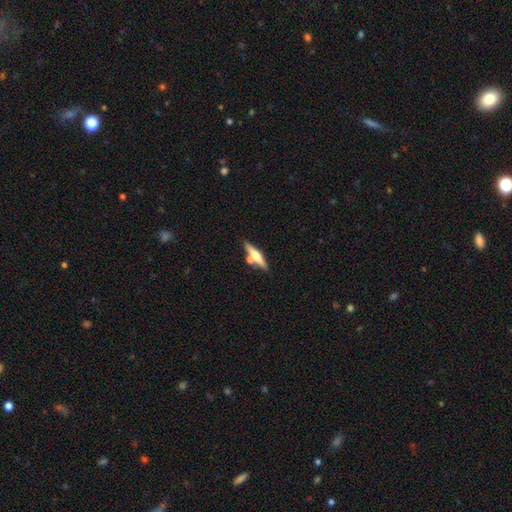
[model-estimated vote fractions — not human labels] A smooth galaxy with no disk features (49%). Merging: none (66%).